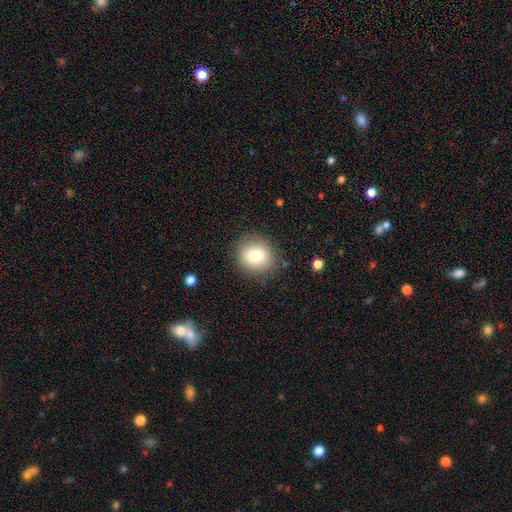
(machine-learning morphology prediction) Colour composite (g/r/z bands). It shows a smooth galaxy with no disk features (79%) that is round (81%). Merging: none (85%).